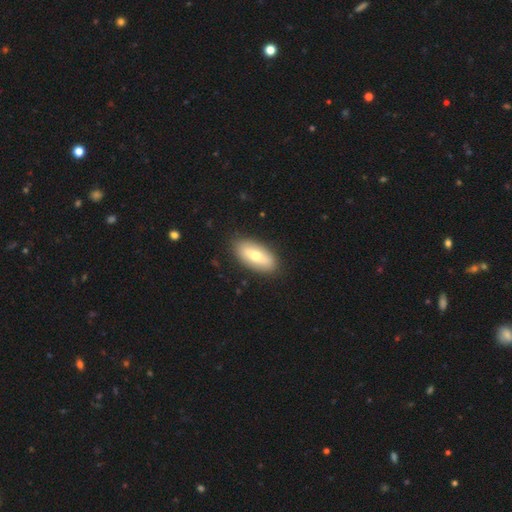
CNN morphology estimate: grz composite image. It shows a smooth galaxy with no disk features (65%) that is in between round and cigar-shaped (88%). Merging: none (88%).